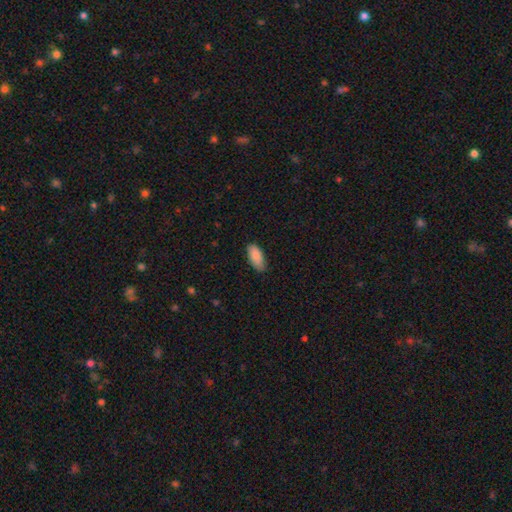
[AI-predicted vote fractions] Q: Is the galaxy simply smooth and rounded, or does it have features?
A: smooth — 89%.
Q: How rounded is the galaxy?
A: in between — 90%.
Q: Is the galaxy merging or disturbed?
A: none — 79%.